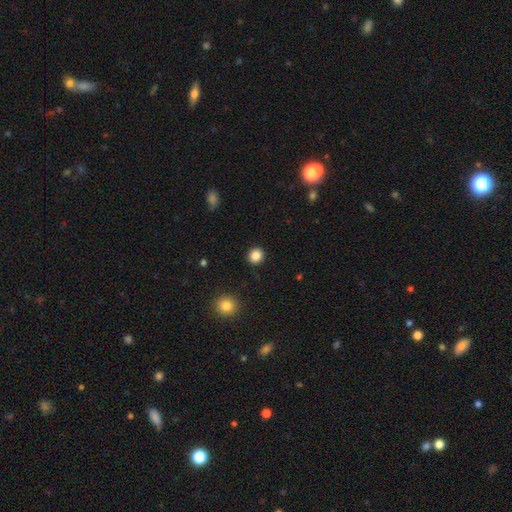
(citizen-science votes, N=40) smooth-or-featured: smooth: 82% | star or artifact: 10% | featured or disk: 8%
  how-rounded: round: 91% | in between: 9% | cigar-shaped: 0%
  merging: none: 94% | minor disturbance: 6% | major disturbance: 0% | merger: 0%